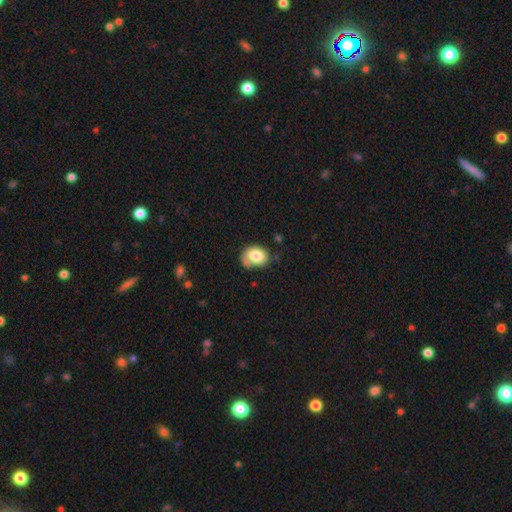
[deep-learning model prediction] This is likely a smooth galaxy (77%). How rounded: possibly in between (54%). Merging: possibly none (54%).